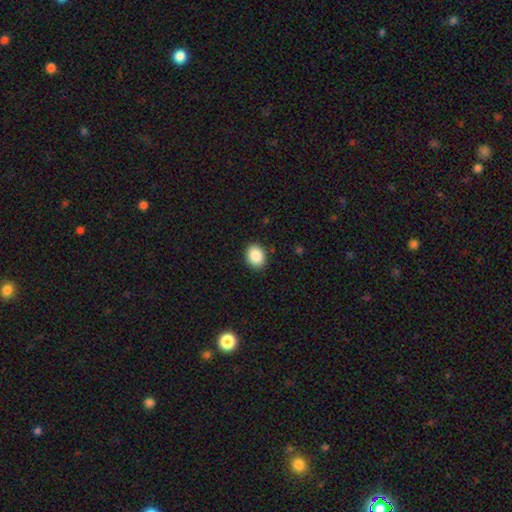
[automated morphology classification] A smooth galaxy with no disk features (88%) that is in between round and cigar-shaped (61%).

Vote fractions:
- Smooth or featured? smooth: 88% / star or artifact: 8% / featured or disk: 4%
- How rounded? in between: 61% / round: 38% / cigar-shaped: 1%
- Merging? none: 89% / minor disturbance: 8% / major disturbance: 2% / merger: 1%